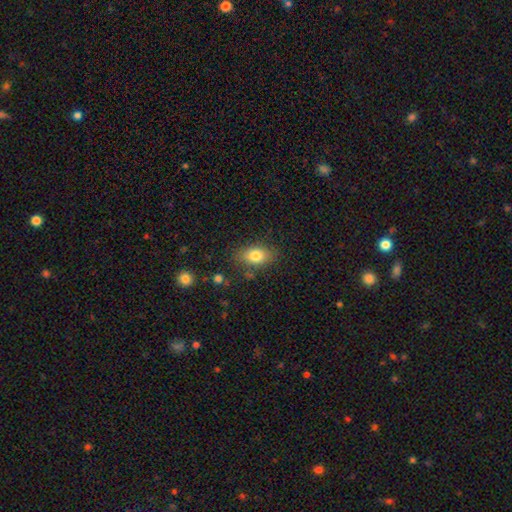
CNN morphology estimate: Overall: smooth (80%). How rounded: in between (83%). Merging: none (80%).